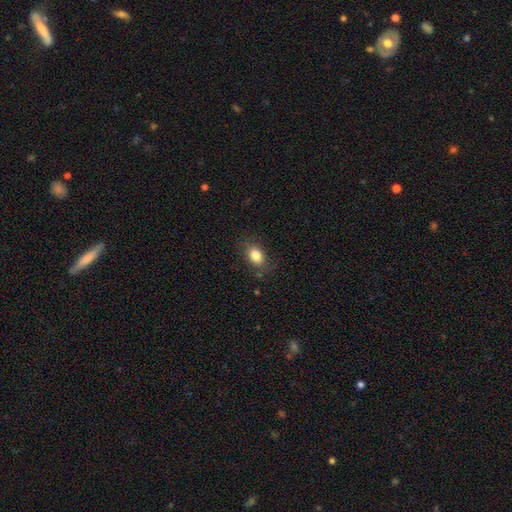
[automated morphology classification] type=smooth (83%); roundness=in between (74%); merging=none (80%).